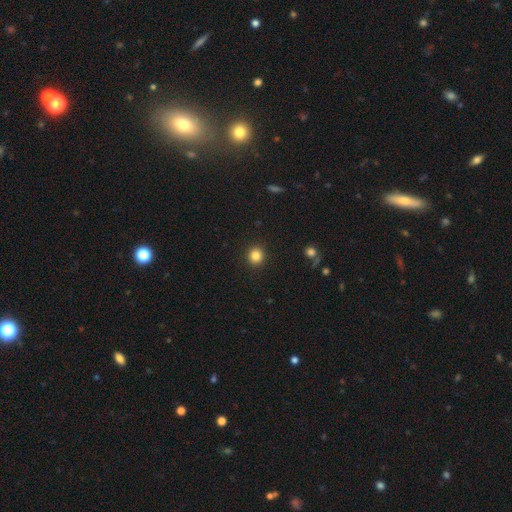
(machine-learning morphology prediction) Smooth or featured: smooth — 84% (star or artifact — 11%)
How rounded: round — 90% (in between — 9%)
Merging: none — 92% (minor disturbance — 5%)